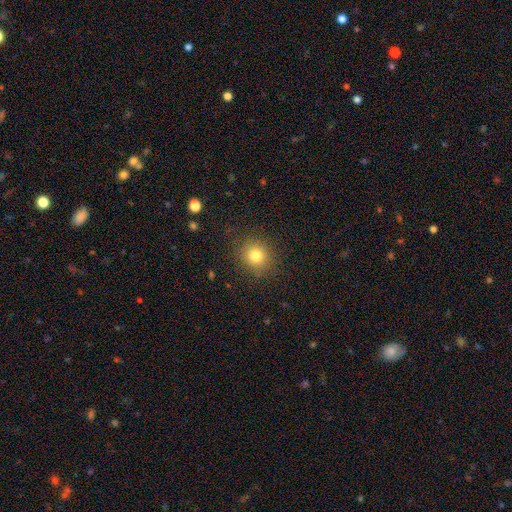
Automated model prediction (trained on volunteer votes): Overall: smooth (79%). How rounded: round (88%). Merging: none (87%).